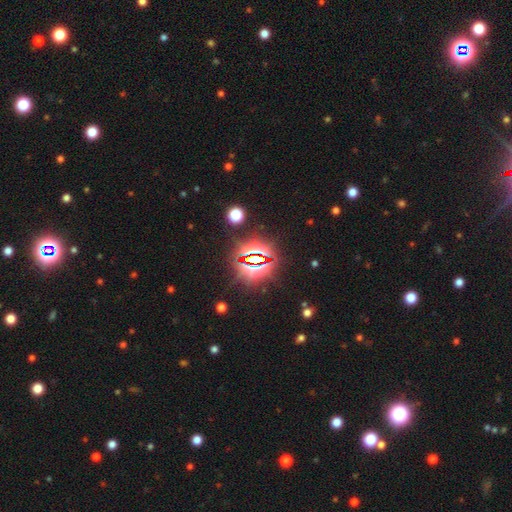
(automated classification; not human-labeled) smooth_or_featured: star or artifact (p=0.82) [alt: smooth p=0.10]